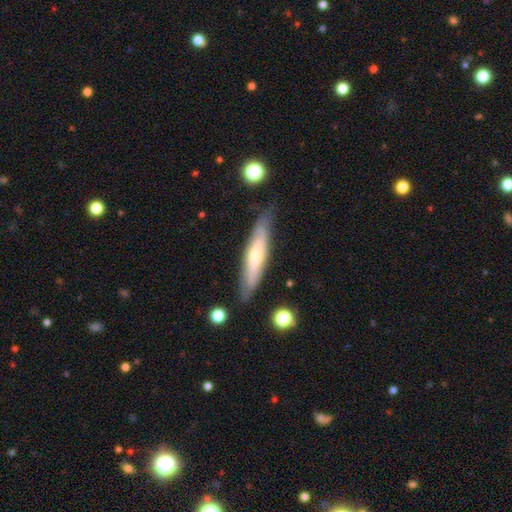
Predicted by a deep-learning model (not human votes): Smooth or featured? Predicted: featured or disk (p=0.52). Edge-on disk? Predicted: yes (p=0.67). Merging? Predicted: none (p=0.79).